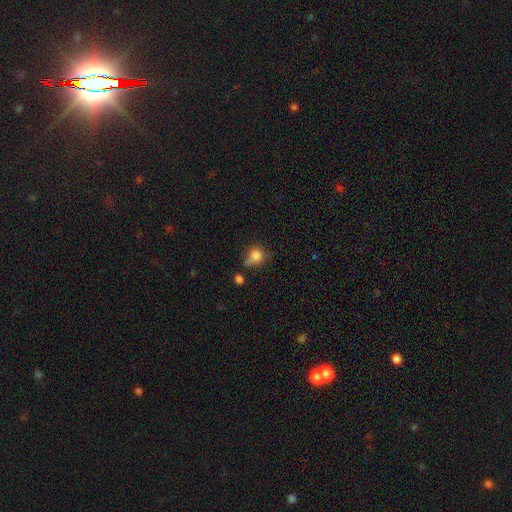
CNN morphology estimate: This appears to be a smooth galaxy with no disk features (79%) that is round (71%). Merging: none (45%).